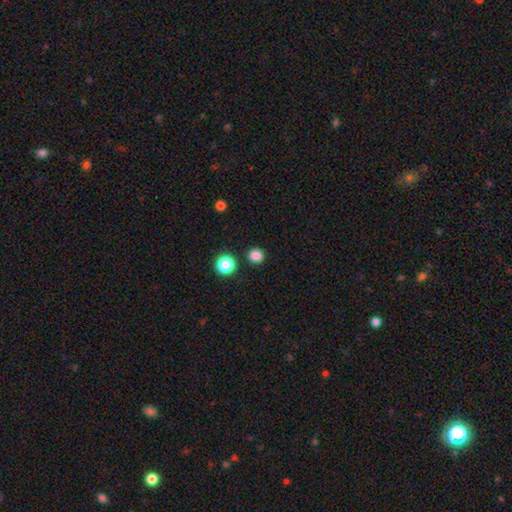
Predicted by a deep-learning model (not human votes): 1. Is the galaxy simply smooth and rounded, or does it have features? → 84% smooth, 13% star or artifact, 3% featured or disk.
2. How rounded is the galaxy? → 92% round, 7% in between, 1% cigar-shaped.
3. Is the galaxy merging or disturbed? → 90% none, 5% minor disturbance, 3% merger, 2% major disturbance.